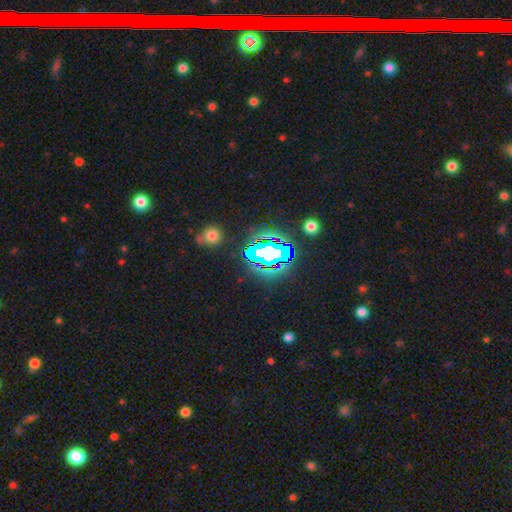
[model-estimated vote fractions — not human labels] Smooth or featured?
  - star or artifact: 65% *
  - smooth: 19%
  - featured or disk: 16%